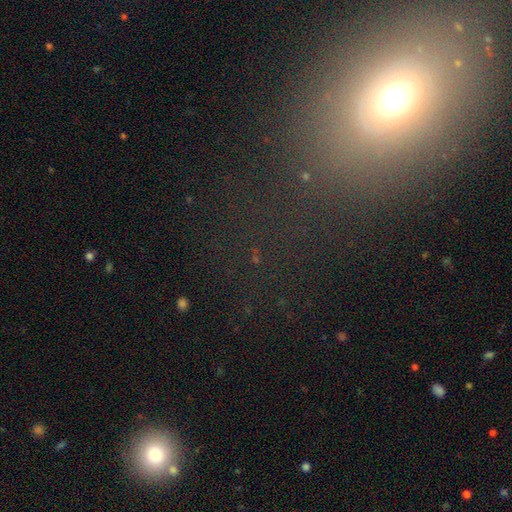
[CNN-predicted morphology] A smooth galaxy with no disk features (40%).

Vote fractions:
- Smooth or featured? smooth: 40% / star or artifact: 39% / featured or disk: 20%
- Merging? none: 65% / major disturbance: 15% / minor disturbance: 14% / merger: 6%